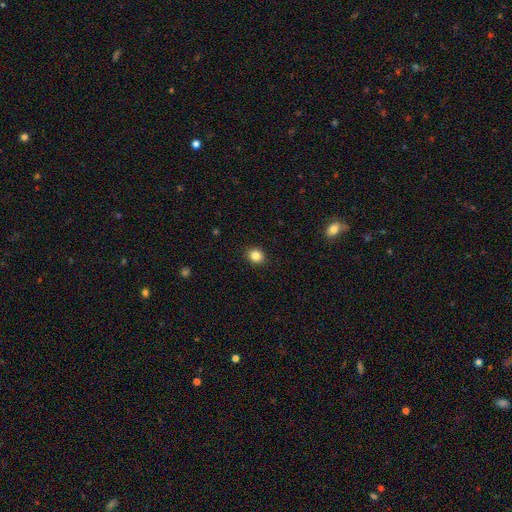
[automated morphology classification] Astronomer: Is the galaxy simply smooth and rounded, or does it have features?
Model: smooth — 85%.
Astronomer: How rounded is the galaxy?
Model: round — 71%.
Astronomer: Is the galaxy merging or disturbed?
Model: none — 91%.